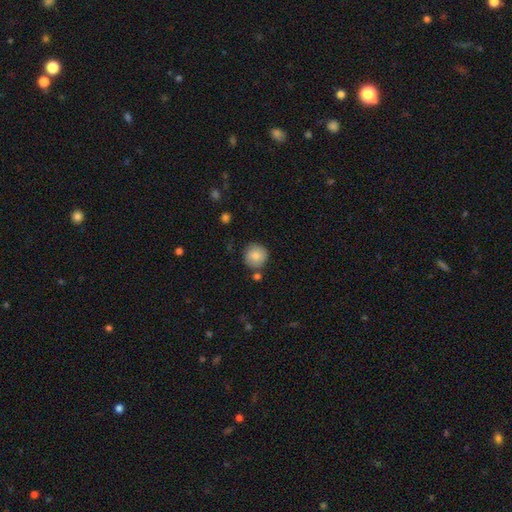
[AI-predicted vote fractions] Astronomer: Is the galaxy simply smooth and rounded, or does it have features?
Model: smooth — 83%.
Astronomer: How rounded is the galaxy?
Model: round — 94%.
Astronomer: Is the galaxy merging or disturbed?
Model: none — 80%.